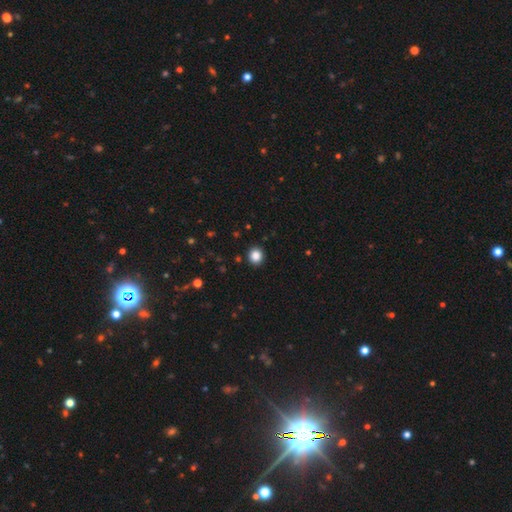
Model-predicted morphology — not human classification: smooth 86%, star or artifact 11%, featured or disk 3%. Down the decision tree: how rounded — round (84%); merging — none (92%).